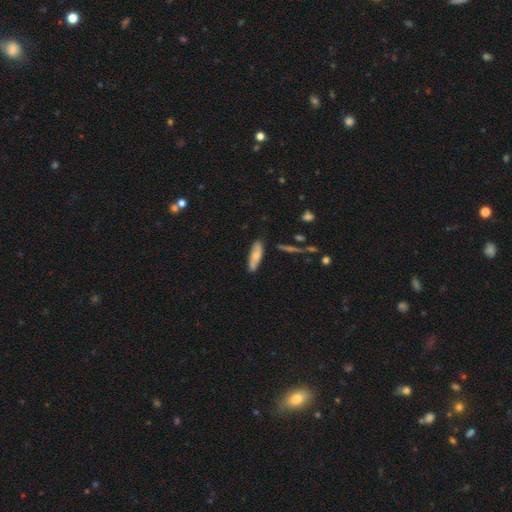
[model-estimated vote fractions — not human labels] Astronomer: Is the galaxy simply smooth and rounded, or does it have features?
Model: smooth — 65%.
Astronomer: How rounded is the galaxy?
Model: cigar-shaped — 50% (runner-up: in between, 47%).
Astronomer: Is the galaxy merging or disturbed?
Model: none — 78%.